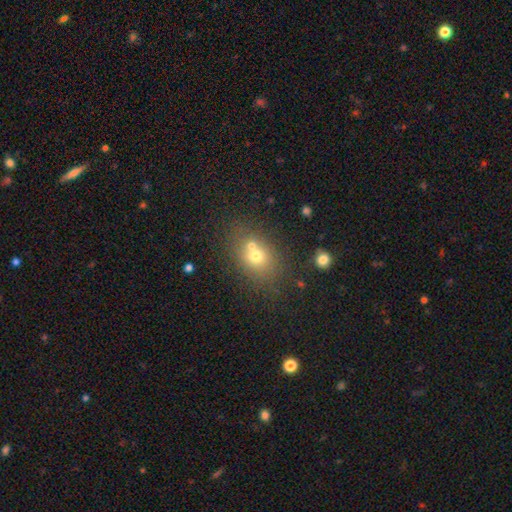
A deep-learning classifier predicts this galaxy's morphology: This is likely a smooth galaxy (66%). How rounded: possibly round (56%). Merging: possibly none (50%).